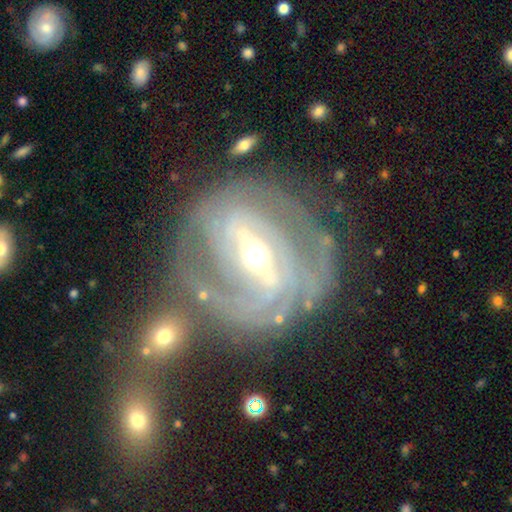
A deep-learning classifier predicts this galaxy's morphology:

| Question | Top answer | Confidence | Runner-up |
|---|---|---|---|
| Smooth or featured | featured or disk | 90% | smooth (5%) |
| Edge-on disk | no | 96% | yes (4%) |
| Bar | strong | 62% | weak (27%) |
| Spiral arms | yes | 96% | no (4%) |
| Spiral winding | tight | 64% | medium (28%) |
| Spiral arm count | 2 | 31% | can't tell (23%) |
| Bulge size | moderate | 51% | small (43%) |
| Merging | none | 65% | minor disturbance (17%) |